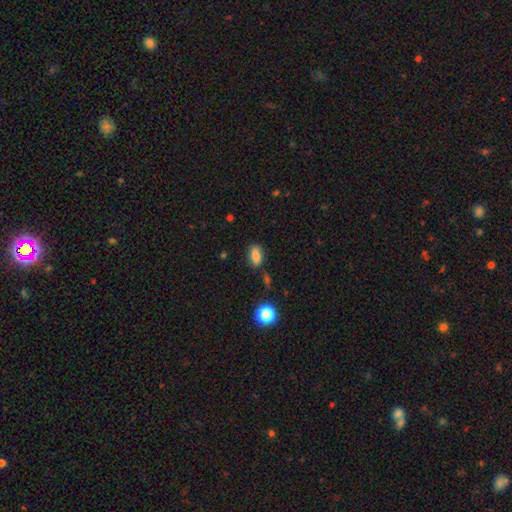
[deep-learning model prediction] smooth 77%, featured or disk 12%, star or artifact 11%. Down the decision tree: how rounded — in between (82%); merging — none (73%).